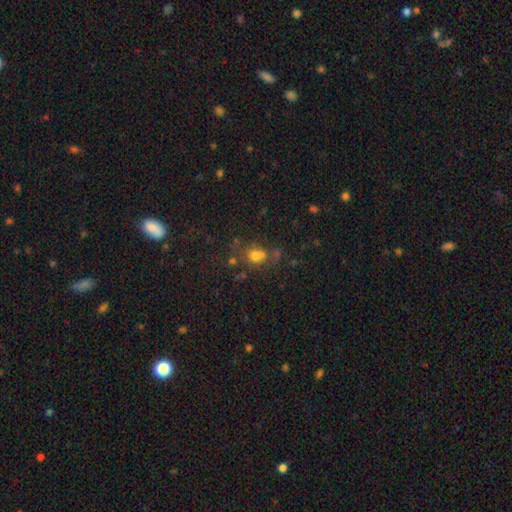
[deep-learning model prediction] Overall: smooth (65%). How rounded: round (59%; in between 40%). Merging: none (43%; merger 32%).